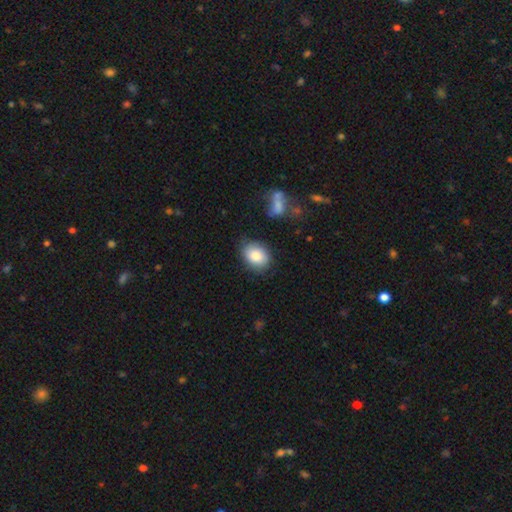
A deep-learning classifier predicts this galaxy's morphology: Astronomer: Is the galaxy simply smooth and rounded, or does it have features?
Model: smooth — 84%.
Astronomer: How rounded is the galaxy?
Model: in between — 65%.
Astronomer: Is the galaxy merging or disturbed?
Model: none — 77%.